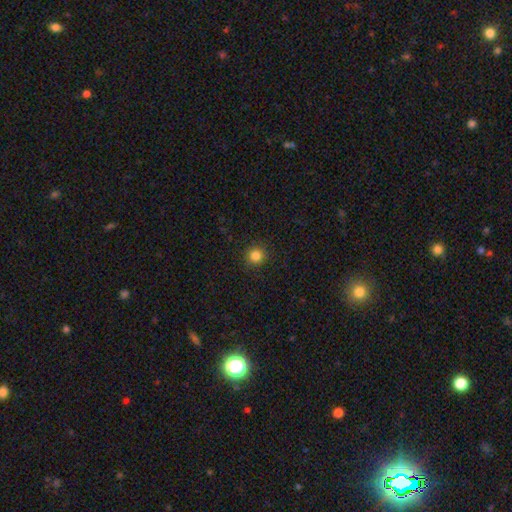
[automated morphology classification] Smooth or featured? Predicted: smooth (p=0.83). How rounded? Predicted: round (p=0.94). Merging? Predicted: none (p=0.91).